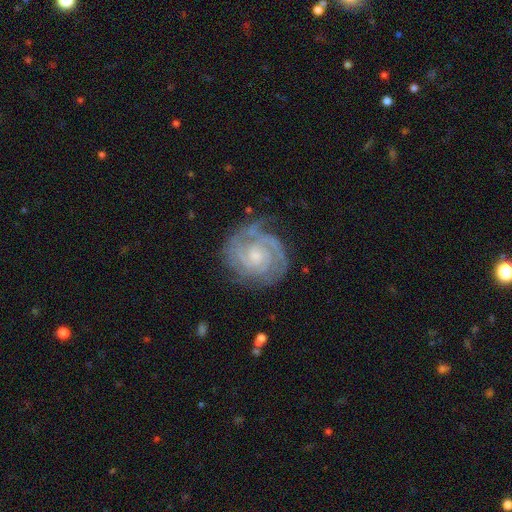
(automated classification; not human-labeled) Morphology: type=featured or disk (90%); edge-on=no (98%); bar=no (66%); spiral arms=yes (98%); winding=tight (75%); arm count=2 (48%); bulge=small (64%); merging=none (74%).